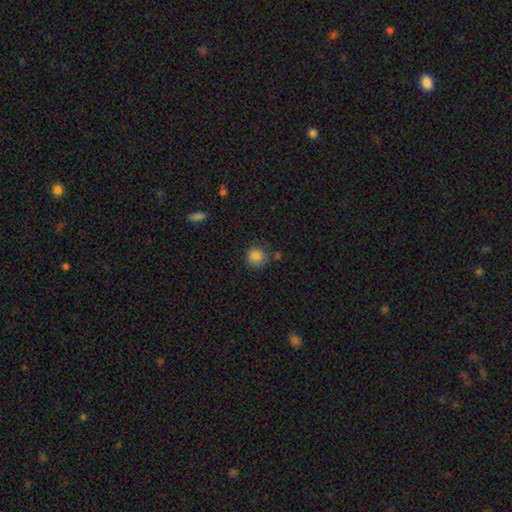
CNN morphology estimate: A smooth galaxy with no disk features (85%) that is round (90%).

Vote fractions:
- Smooth or featured? smooth: 85% / star or artifact: 10% / featured or disk: 4%
- How rounded? round: 90% / in between: 9% / cigar-shaped: 1%
- Merging? none: 78% / minor disturbance: 13% / merger: 5% / major disturbance: 3%